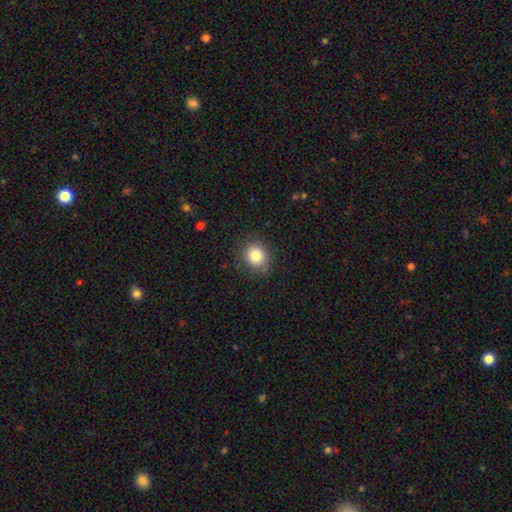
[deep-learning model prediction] This is clearly a smooth galaxy (83%). How rounded: likely round (77%). Merging: clearly none (84%).